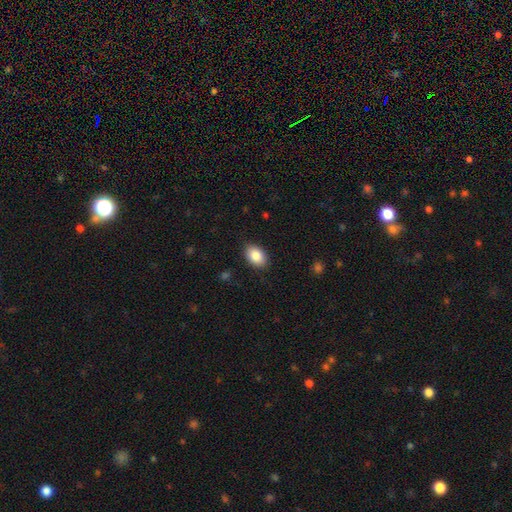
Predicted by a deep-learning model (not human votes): This is clearly a smooth galaxy (86%). How rounded: clearly in between (86%). Merging: clearly none (87%).